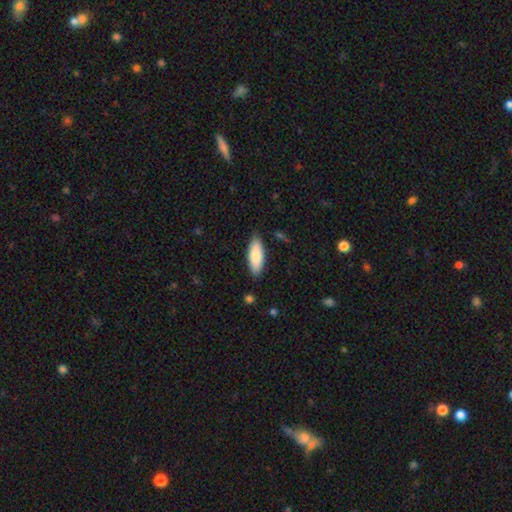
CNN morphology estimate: Smooth or featured?
  - smooth: 85% *
  - featured or disk: 10%
  - star or artifact: 6%
How rounded?
  - in between: 73% *
  - cigar-shaped: 26%
  - round: 2%
Merging?
  - none: 85% *
  - minor disturbance: 11%
  - major disturbance: 2%
  - merger: 1%